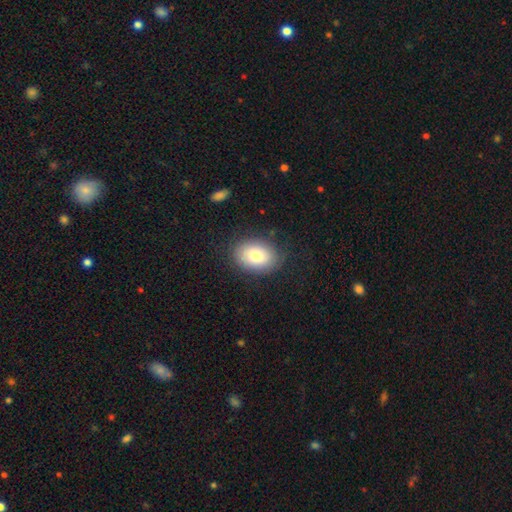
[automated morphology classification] The model was most divided on "how rounded": in between: 77%, round: 22%, cigar-shaped: 1%. More confident: merging — none (83%); smooth or featured — smooth (79%).